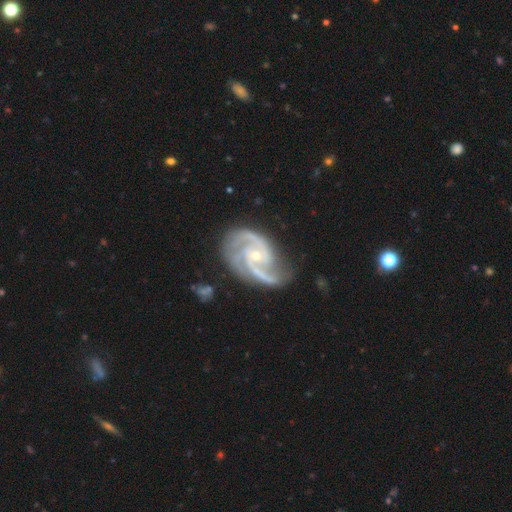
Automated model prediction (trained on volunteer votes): Morphology: type=featured or disk (93%); edge-on=no (98%); bar=no (58%); spiral arms=yes (99%); winding=medium (57%); arm count=2 (43%); bulge=small (68%); merging=none (64%).